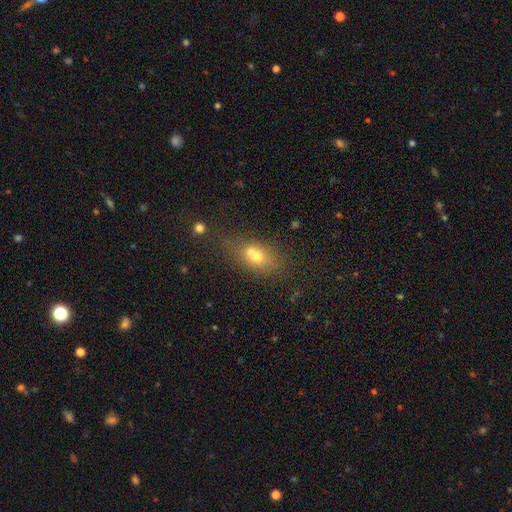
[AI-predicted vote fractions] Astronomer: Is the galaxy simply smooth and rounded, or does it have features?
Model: smooth — 61%.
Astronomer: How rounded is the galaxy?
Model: in between — 61%.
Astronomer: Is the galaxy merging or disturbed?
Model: merger — 52% (runner-up: none, 33%).